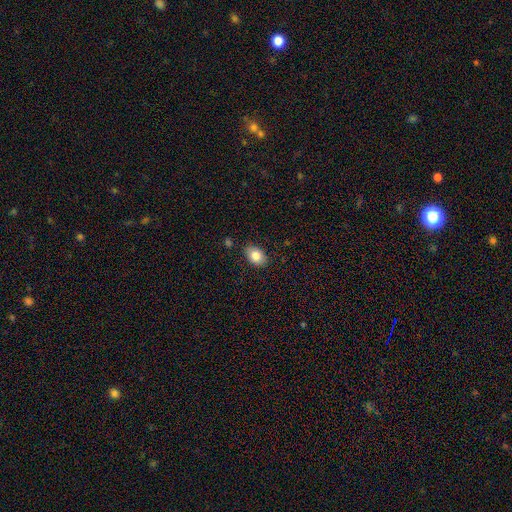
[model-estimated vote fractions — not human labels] This appears to be a smooth galaxy with no disk features (83%) that is in between round and cigar-shaped (82%). Merging: none (84%).